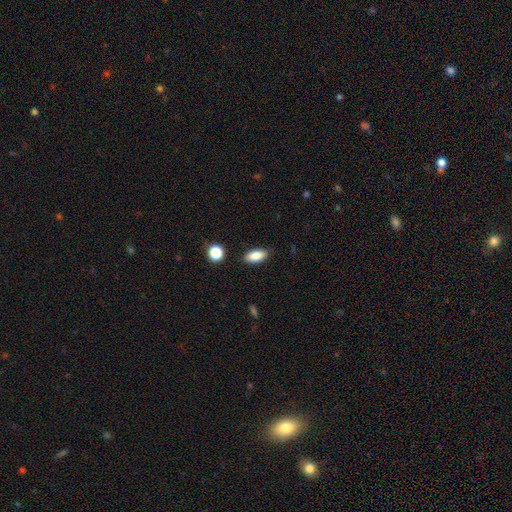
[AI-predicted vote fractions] Overall: smooth (87%). How rounded: in between (88%). Merging: none (87%).